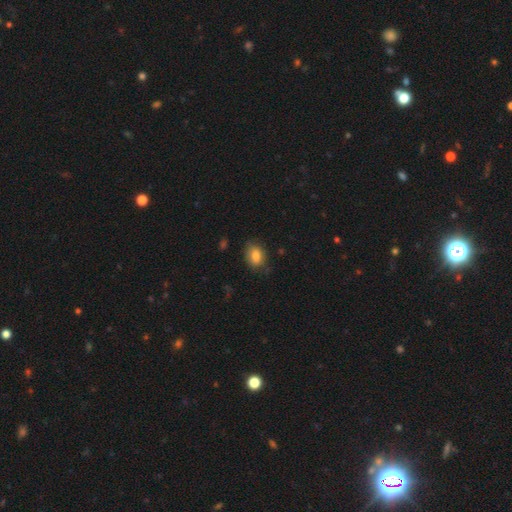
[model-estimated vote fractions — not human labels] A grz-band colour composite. It shows a smooth galaxy with no disk features (83%) that is in between round and cigar-shaped (69%). Merging: none (74%).